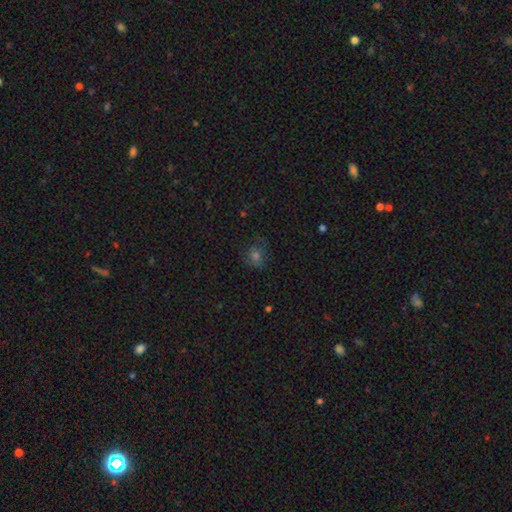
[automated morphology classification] This is possibly a smooth galaxy (55%). How rounded: likely round (67%). Merging: likely none (70%).